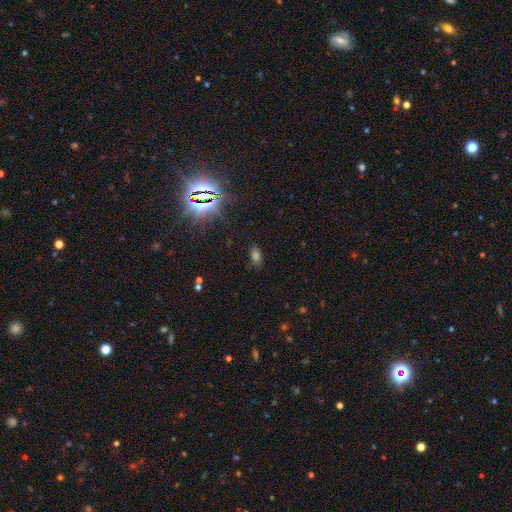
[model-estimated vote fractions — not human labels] smooth-or-featured: smooth: 53% | star or artifact: 40% | featured or disk: 8%
  how-rounded: in between: 86% | round: 9% | cigar-shaped: 5%
  merging: none: 83% | minor disturbance: 11% | major disturbance: 4% | merger: 2%